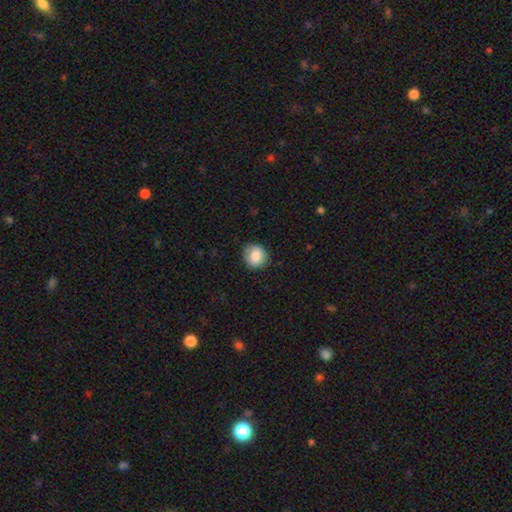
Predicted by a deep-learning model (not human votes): smooth-or-featured: smooth: 84% | star or artifact: 8% | featured or disk: 8%
  how-rounded: round: 83% | in between: 16% | cigar-shaped: 1%
  merging: none: 84% | minor disturbance: 12% | major disturbance: 3% | merger: 1%